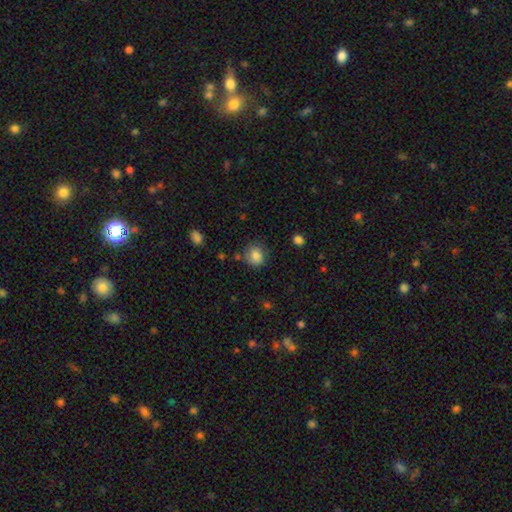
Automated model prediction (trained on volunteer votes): The model was most divided on "merging": none: 75%, minor disturbance: 17%, major disturbance: 4%, merger: 4%. More confident: smooth or featured — smooth (81%); how rounded — round (79%).